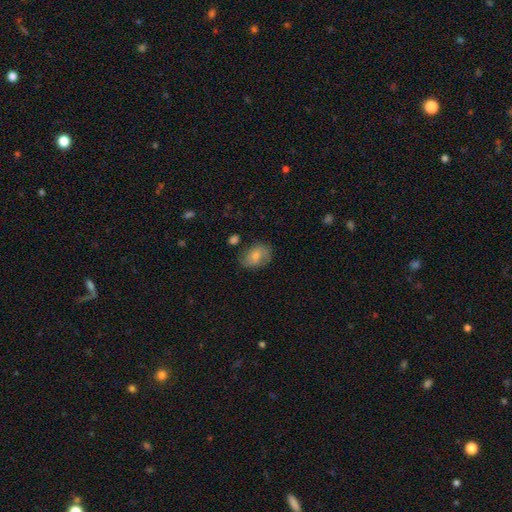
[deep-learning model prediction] A smooth galaxy with no disk features (68%) that is in between round and cigar-shaped (74%). Merging: none (70%).